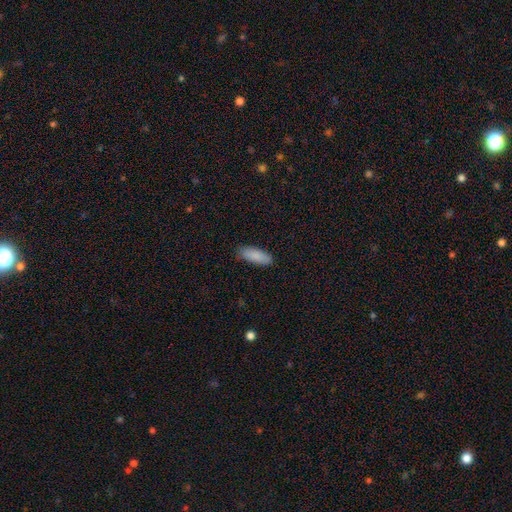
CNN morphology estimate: A smooth galaxy with no disk features (88%) that is in between round and cigar-shaped (68%).

Vote fractions:
- Smooth or featured? smooth: 88% / featured or disk: 6% / star or artifact: 6%
- How rounded? in between: 68% / cigar-shaped: 30% / round: 2%
- Merging? none: 86% / minor disturbance: 11% / major disturbance: 2% / merger: 1%